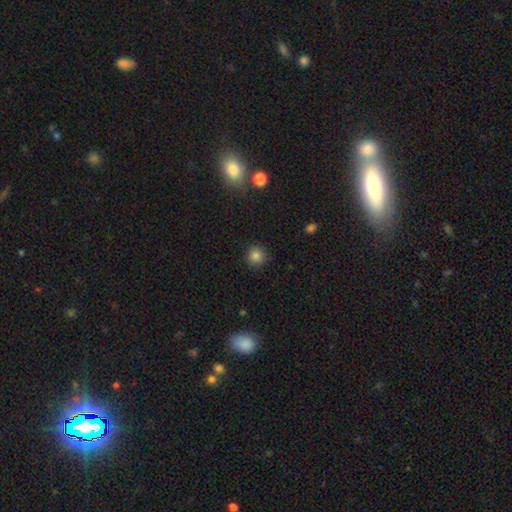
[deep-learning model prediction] This appears to be a smooth galaxy with no disk features (83%) that is round (94%). Merging: none (90%).